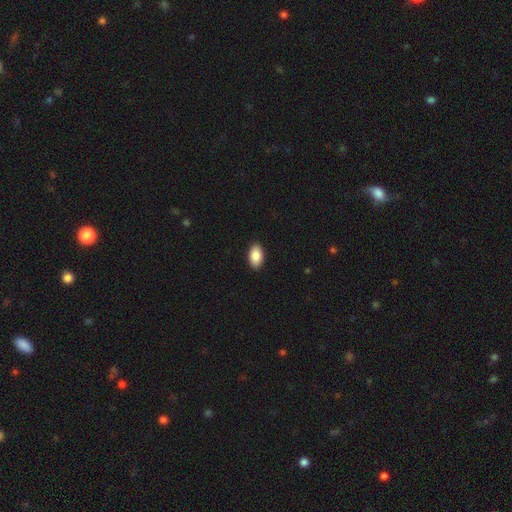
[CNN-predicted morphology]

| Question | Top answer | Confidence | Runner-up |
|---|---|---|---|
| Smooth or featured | smooth | 88% | star or artifact (7%) |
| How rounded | in between | 94% | round (4%) |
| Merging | none | 91% | minor disturbance (7%) |